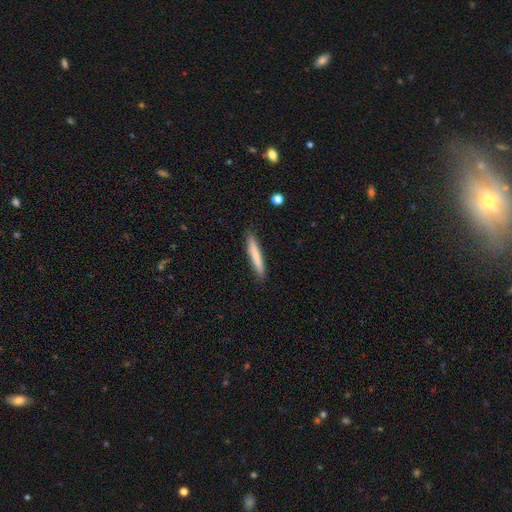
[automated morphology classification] Smooth or featured? smooth (76%)
How rounded? cigar-shaped (94%)
Merging? none (89%)